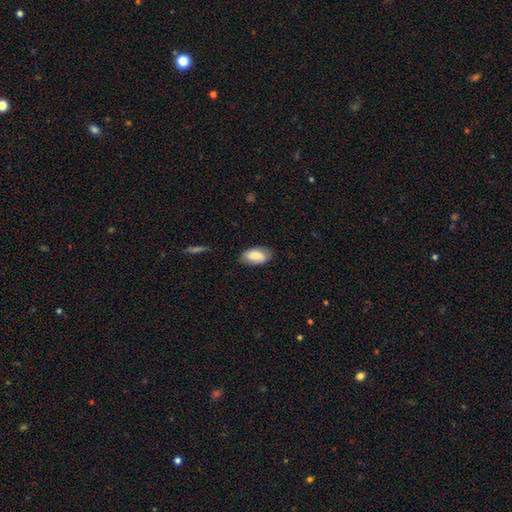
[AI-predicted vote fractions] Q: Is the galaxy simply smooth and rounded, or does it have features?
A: smooth — 75%.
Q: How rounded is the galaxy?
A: in between — 94%.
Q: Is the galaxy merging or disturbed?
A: none — 78%.